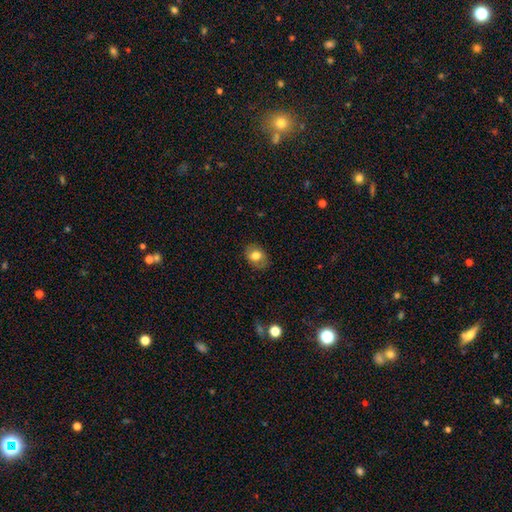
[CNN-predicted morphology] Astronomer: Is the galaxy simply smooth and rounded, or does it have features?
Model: smooth — 74%.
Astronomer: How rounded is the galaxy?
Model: in between — 63%.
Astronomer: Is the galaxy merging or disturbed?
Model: none — 81%.